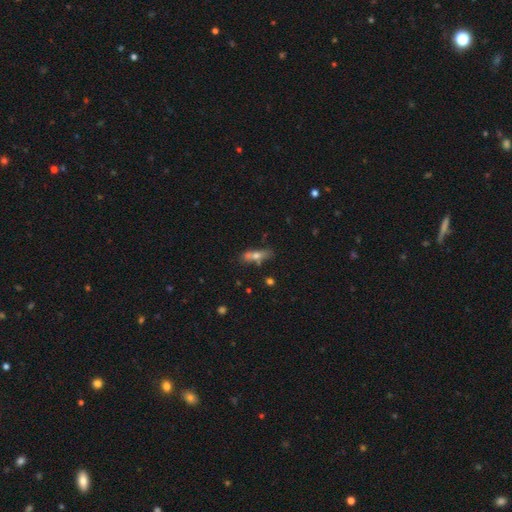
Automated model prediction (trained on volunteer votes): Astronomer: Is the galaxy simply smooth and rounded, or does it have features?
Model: smooth — 55% (runner-up: featured or disk, 36%).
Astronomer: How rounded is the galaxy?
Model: cigar-shaped — 58% (runner-up: in between, 38%).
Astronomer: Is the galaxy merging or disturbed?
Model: none — 59%.